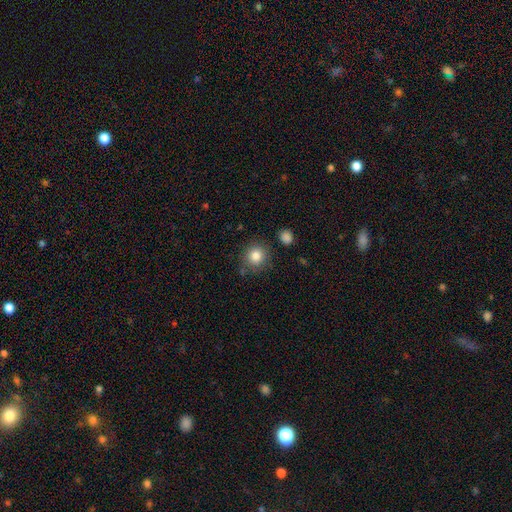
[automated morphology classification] smooth 84%, star or artifact 10%, featured or disk 6%. Down the decision tree: how rounded — round (91%); merging — none (83%).